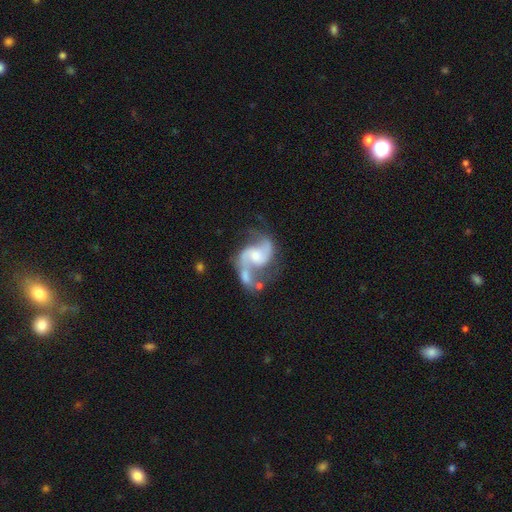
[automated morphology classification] Smooth or featured? featured or disk (88%)
Edge-on disk? no (98%)
Bar? no (46%)
Spiral arms? yes (96%)
Spiral winding? medium (49%)
Spiral arm count? 2 (90%)
Bulge size? moderate (42%)
Merging? none (43%)